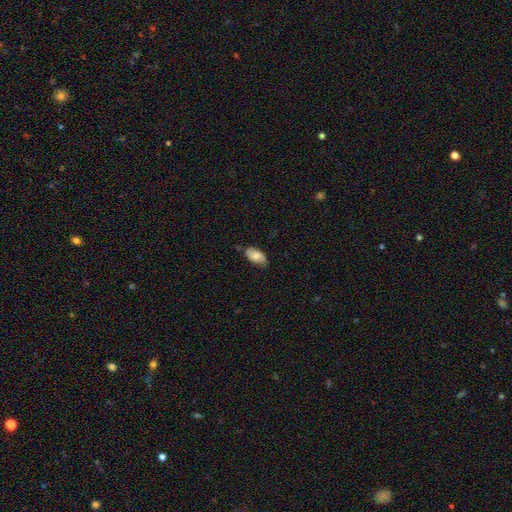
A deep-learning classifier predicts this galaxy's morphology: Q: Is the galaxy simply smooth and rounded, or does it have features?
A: smooth — 63%.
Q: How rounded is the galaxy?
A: in between — 93%.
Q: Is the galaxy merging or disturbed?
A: none — 72%.